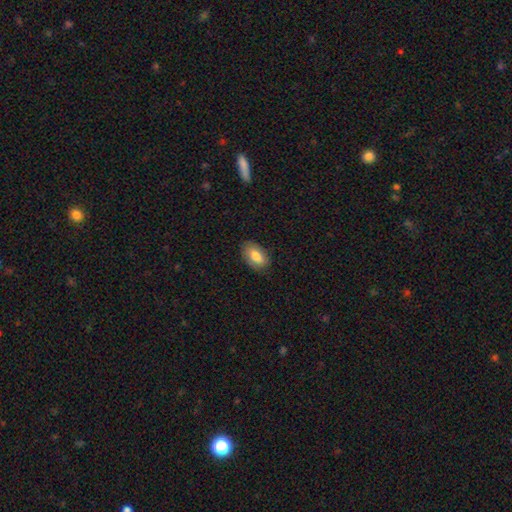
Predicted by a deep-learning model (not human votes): Smooth or featured? smooth (81%)
How rounded? in between (92%)
Merging? none (83%)